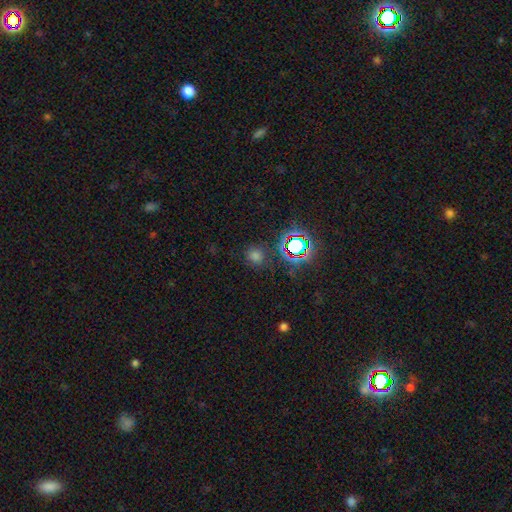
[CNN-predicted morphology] This is possibly a smooth galaxy (59%). How rounded: clearly round (83%). Merging: clearly none (83%).